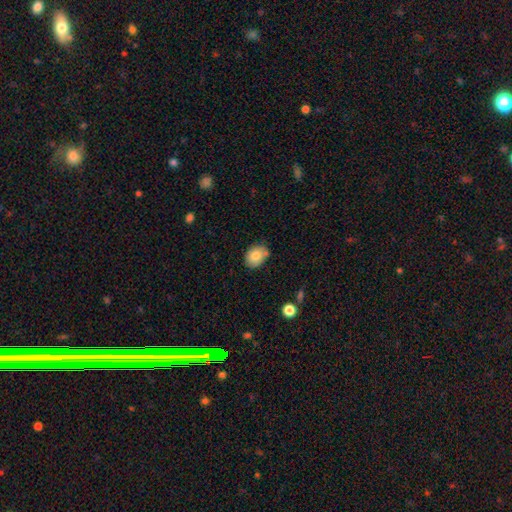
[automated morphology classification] Smooth or featured? Predicted: smooth (p=0.80). How rounded? Predicted: in between (p=0.65). Merging? Predicted: none (p=0.72).